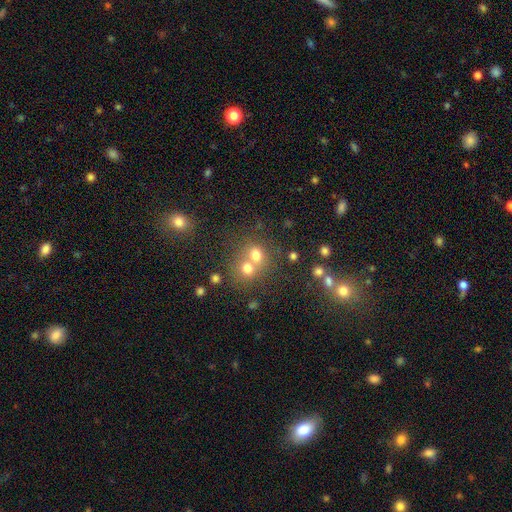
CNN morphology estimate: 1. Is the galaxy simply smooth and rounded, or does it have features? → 70% smooth, 16% star or artifact, 14% featured or disk.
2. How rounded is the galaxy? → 74% round, 25% in between, 1% cigar-shaped.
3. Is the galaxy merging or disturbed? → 54% merger, 36% none, 6% minor disturbance, 4% major disturbance.